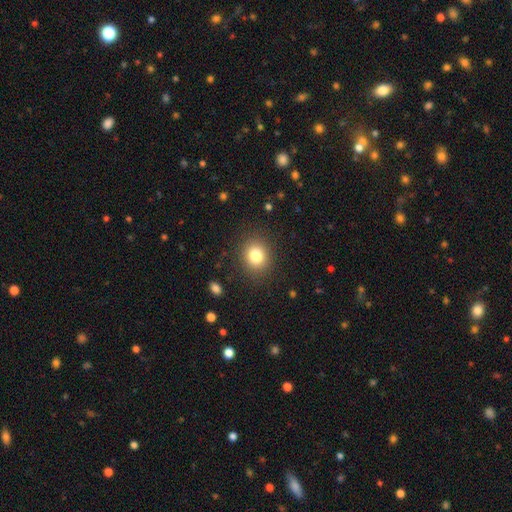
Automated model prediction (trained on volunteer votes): The model was most divided on "how rounded": round: 74%, in between: 26%, cigar-shaped: 1%. More confident: merging — none (87%); smooth or featured — smooth (80%).